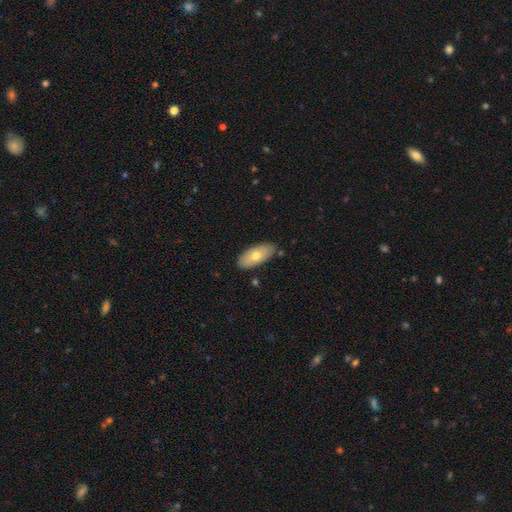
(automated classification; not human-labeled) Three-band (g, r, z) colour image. It shows a smooth galaxy with no disk features (67%) that is in between round and cigar-shaped (89%). Merging: none (85%).